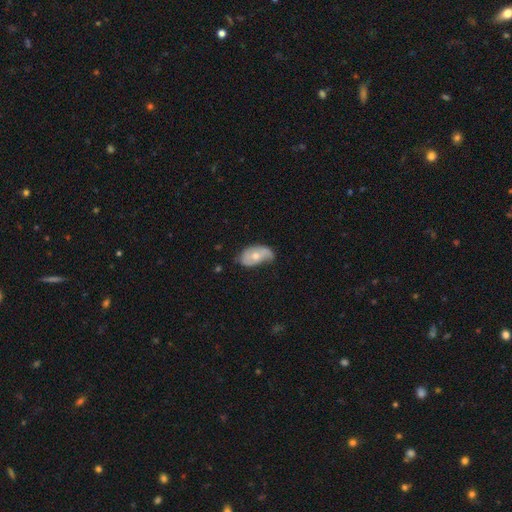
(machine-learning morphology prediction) smooth-or-featured: smooth: 47% | featured or disk: 46% | star or artifact: 7%
  merging: minor disturbance: 43% | none: 40% | major disturbance: 15% | merger: 2%